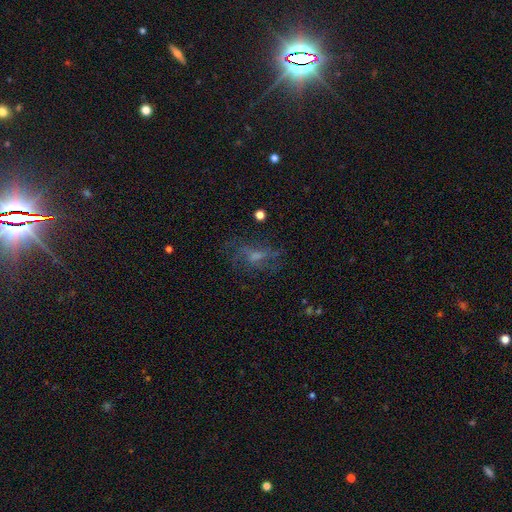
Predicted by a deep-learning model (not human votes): Smooth or featured? featured or disk (51%)
Edge-on disk? no (90%)
Merging? none (59%)